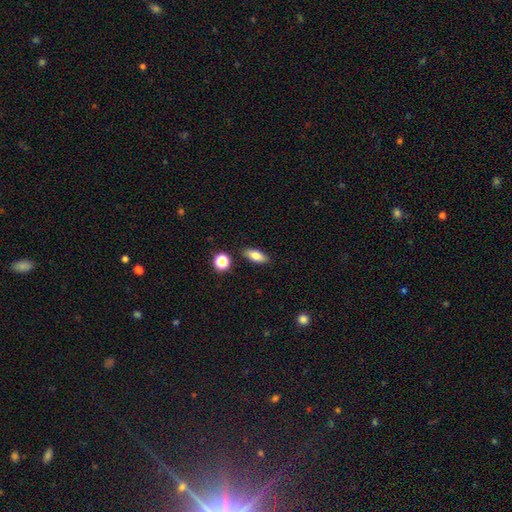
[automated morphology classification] This appears to be a smooth galaxy with no disk features (78%) that is in between round and cigar-shaped (78%). Merging: none (86%).